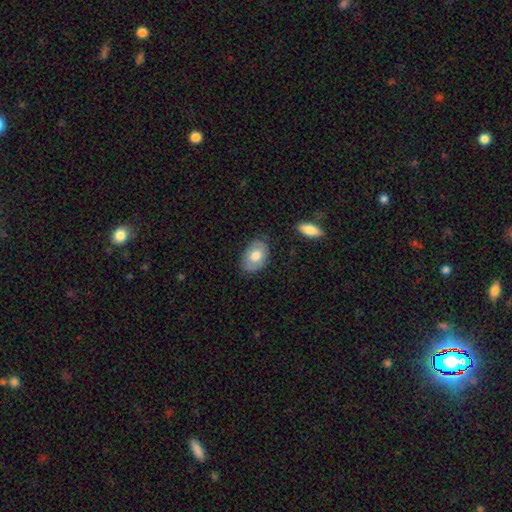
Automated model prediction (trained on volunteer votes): Smooth or featured?
  - smooth: 70% *
  - featured or disk: 24%
  - star or artifact: 6%
How rounded?
  - in between: 86% *
  - round: 13%
  - cigar-shaped: 1%
Merging?
  - none: 77% *
  - minor disturbance: 18%
  - major disturbance: 4%
  - merger: 2%